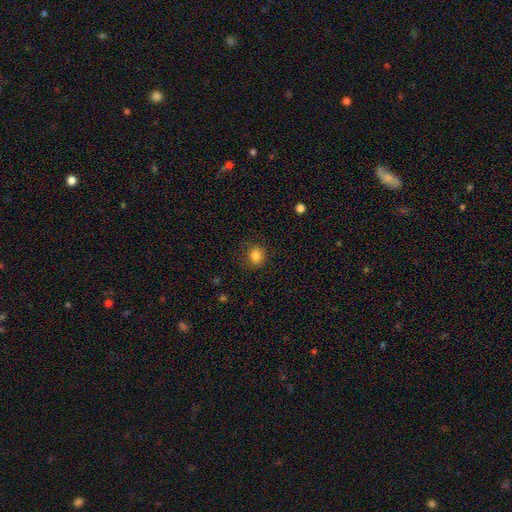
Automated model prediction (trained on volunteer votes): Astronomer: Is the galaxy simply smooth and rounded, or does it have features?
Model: smooth — 84%.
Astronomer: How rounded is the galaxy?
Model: round — 65%.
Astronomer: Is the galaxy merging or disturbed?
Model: none — 81%.